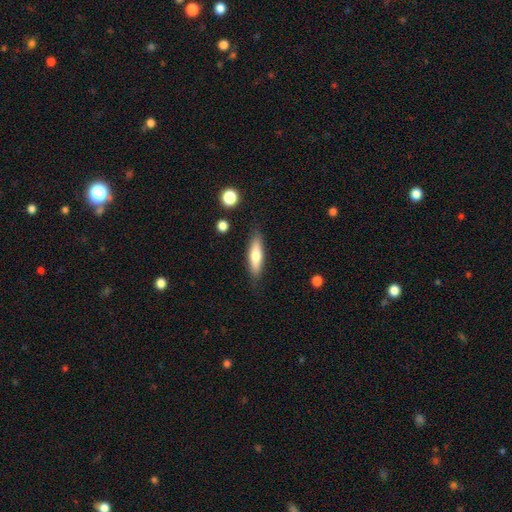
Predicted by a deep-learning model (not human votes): smooth-or-featured: smooth: 65% | featured or disk: 29% | star or artifact: 6%
  how-rounded: cigar-shaped: 66% | in between: 32% | round: 2%
  merging: none: 83% | minor disturbance: 12% | major disturbance: 3% | merger: 2%